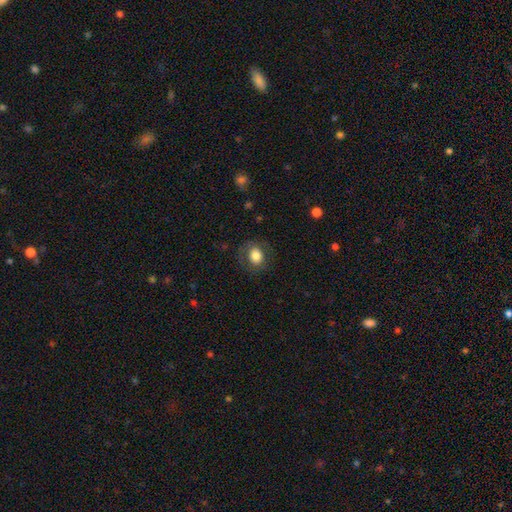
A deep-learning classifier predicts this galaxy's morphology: smooth_or_featured: smooth (p=0.77) [alt: featured or disk p=0.15]
how_rounded: round (p=0.64) [alt: in between p=0.35]
merging: none (p=0.78) [alt: minor disturbance p=0.13]